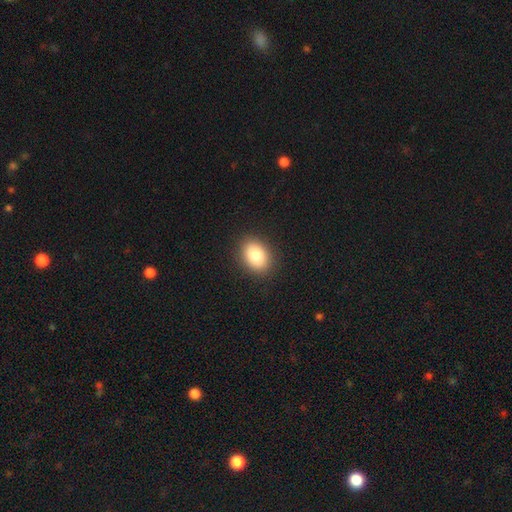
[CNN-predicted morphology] This is clearly a smooth galaxy (83%). How rounded: likely in between (73%). Merging: clearly none (89%).